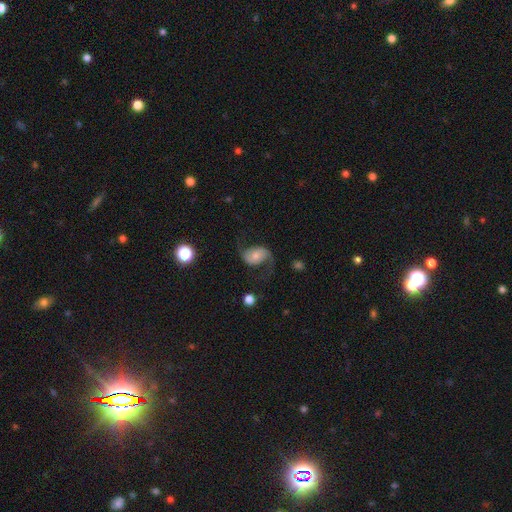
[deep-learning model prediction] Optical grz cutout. It shows a featured or disk galaxy (74%) with no bar (62%), 2 (91%) loose (72%) spiral arms (94%) and a moderate central bulge (49%). Merging: none (65%).